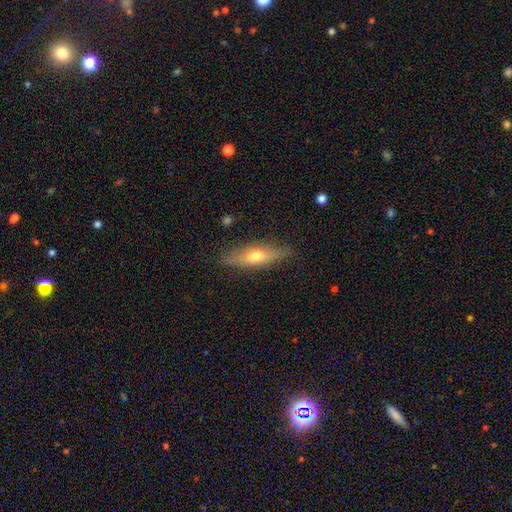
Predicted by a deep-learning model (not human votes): Smooth or featured? Predicted: smooth (p=0.51). How rounded? Predicted: cigar-shaped (p=0.62). Merging? Predicted: none (p=0.84).